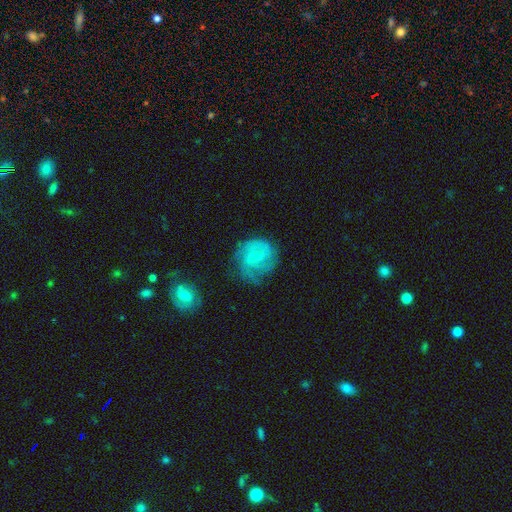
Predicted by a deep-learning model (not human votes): Morphology: type=featured or disk (65%); edge-on=no (98%); bar=no (55%); spiral arms=yes (89%); winding=tight (44%); arm count=can't tell (32%); bulge=small (62%); merging=none (57%).